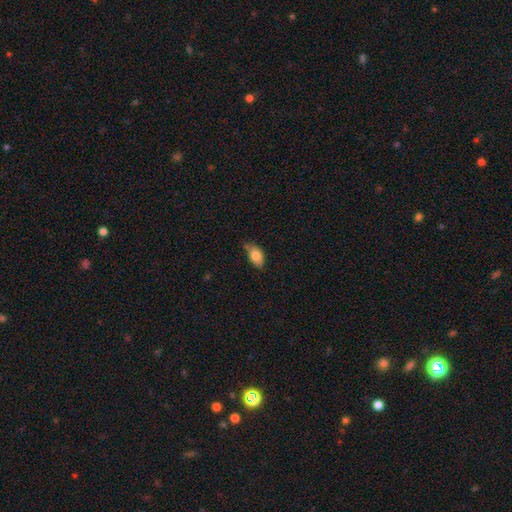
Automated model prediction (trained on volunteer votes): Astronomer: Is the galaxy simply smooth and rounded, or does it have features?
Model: smooth — 82%.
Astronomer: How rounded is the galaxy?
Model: in between — 91%.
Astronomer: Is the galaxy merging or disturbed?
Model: none — 63%.